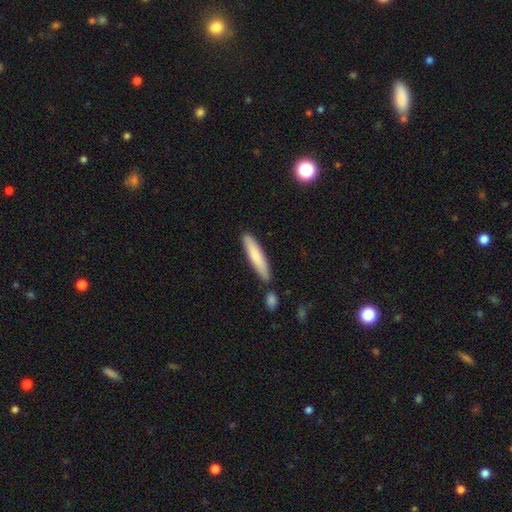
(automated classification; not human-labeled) Smooth or featured?
  - smooth: 75% *
  - featured or disk: 20%
  - star or artifact: 5%
How rounded?
  - cigar-shaped: 88% *
  - in between: 11%
  - round: 1%
Merging?
  - none: 79% *
  - minor disturbance: 12%
  - merger: 7%
  - major disturbance: 2%